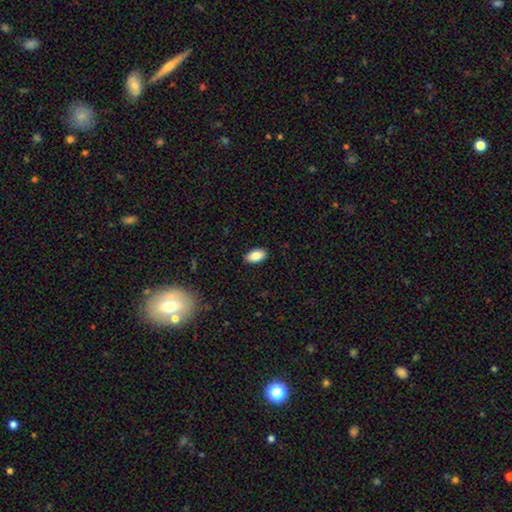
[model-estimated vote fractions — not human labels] smooth 86%, star or artifact 7%, featured or disk 7%. Down the decision tree: how rounded — in between (94%); merging — none (90%).